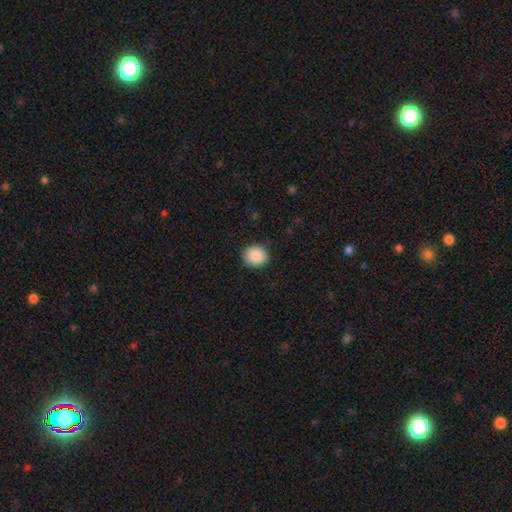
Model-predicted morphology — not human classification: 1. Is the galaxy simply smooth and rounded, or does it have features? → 89% smooth, 8% star or artifact, 4% featured or disk.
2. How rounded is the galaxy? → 79% round, 20% in between, 1% cigar-shaped.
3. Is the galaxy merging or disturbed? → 89% none, 8% minor disturbance, 2% major disturbance, 1% merger.